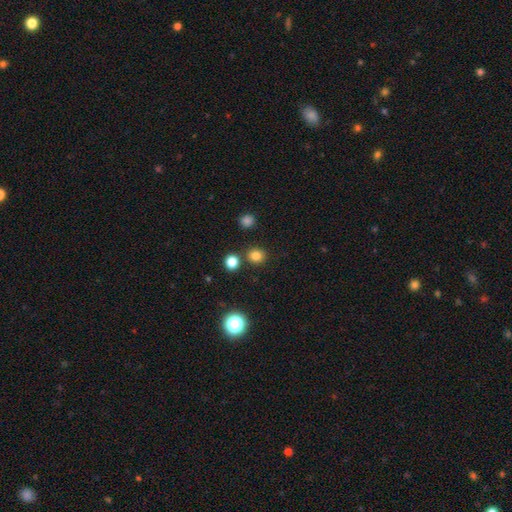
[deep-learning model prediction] Smooth or featured? smooth (80%)
How rounded? round (86%)
Merging? none (83%)